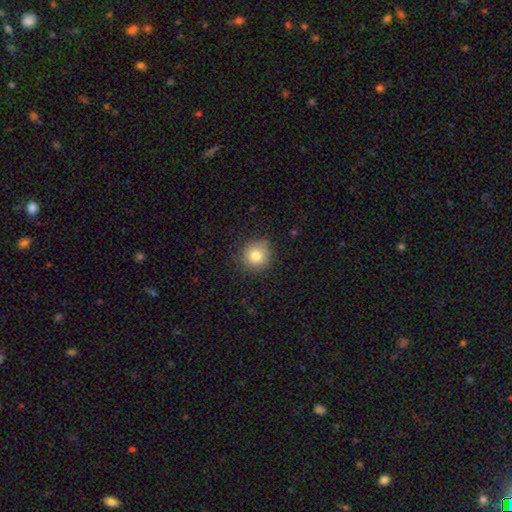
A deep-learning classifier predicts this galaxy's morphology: A smooth galaxy with no disk features (80%) that is round (92%). Merging: none (83%).